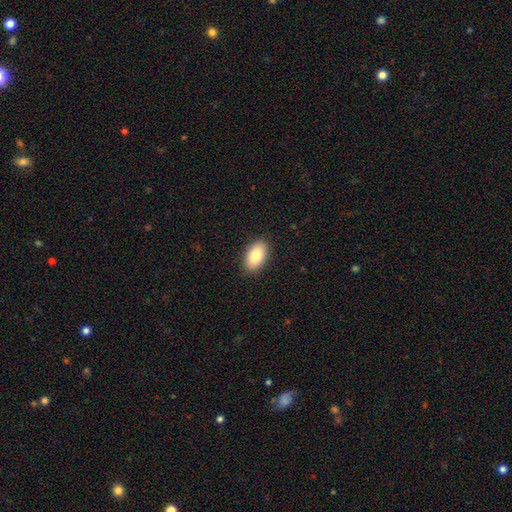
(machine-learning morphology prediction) This appears to be a smooth galaxy with no disk features (81%) that is in between round and cigar-shaped (93%). Merging: none (89%).